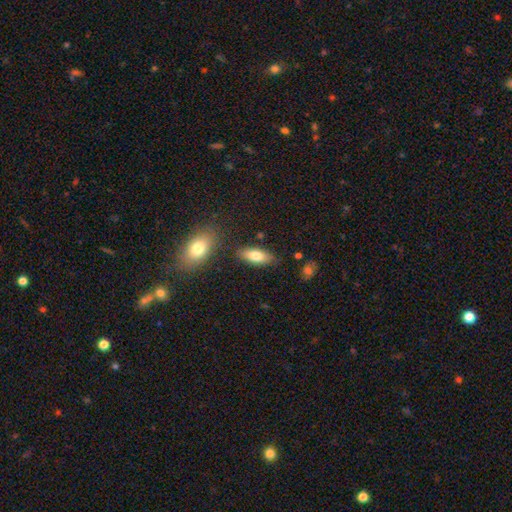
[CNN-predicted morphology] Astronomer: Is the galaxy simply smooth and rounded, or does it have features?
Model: smooth — 76%.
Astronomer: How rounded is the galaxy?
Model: in between — 79%.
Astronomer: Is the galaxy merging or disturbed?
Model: none — 81%.